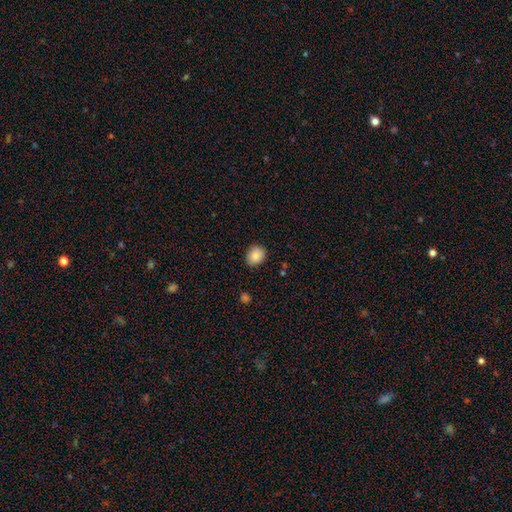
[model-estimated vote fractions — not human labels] smooth_or_featured: smooth (p=0.87) [alt: star or artifact p=0.09]
how_rounded: round (p=0.65) [alt: in between p=0.34]
merging: none (p=0.87) [alt: minor disturbance p=0.10]